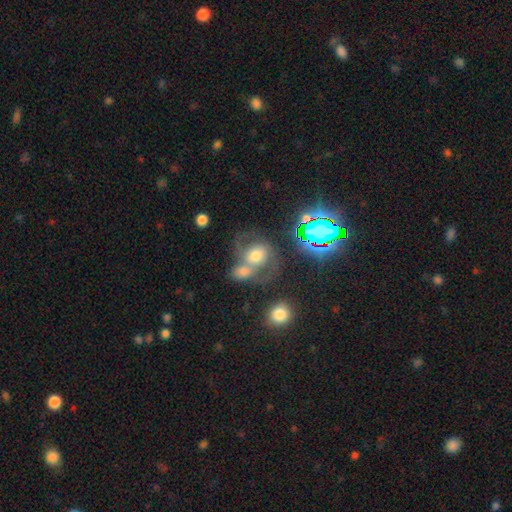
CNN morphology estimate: featured or disk 46%, smooth 37%, star or artifact 17%. Down the decision tree: merging — merger (55%).